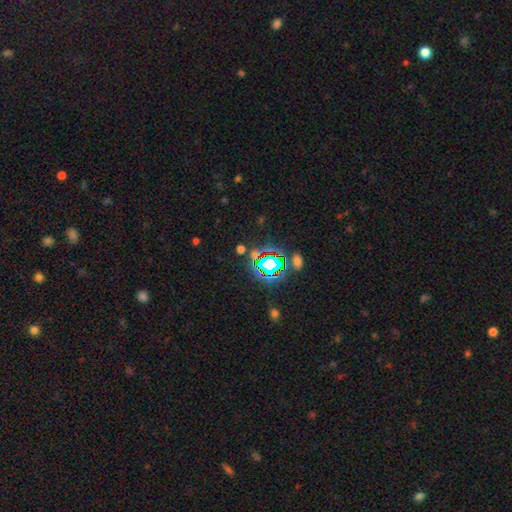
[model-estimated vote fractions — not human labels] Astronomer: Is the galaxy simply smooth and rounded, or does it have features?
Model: star or artifact — 68%.